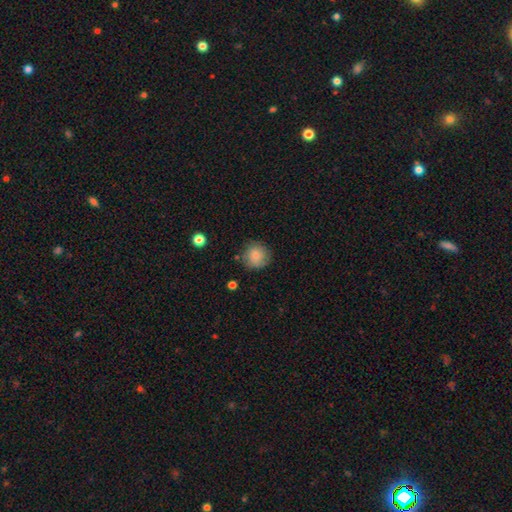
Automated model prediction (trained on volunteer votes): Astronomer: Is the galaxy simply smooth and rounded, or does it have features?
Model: smooth — 82%.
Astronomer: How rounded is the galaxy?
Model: round — 91%.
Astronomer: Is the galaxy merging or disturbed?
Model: none — 79%.